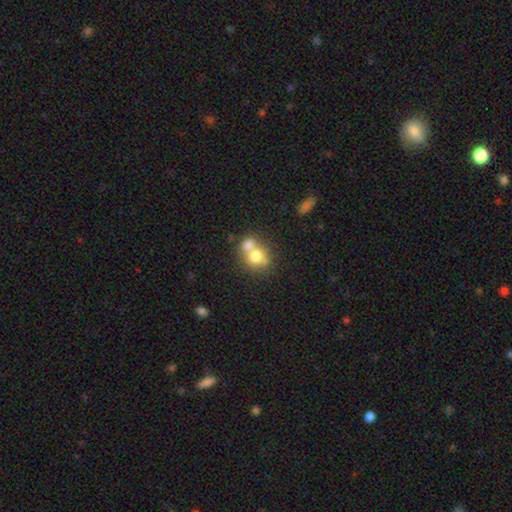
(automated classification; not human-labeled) A smooth galaxy with no disk features (70%) that is round (72%). Merging: merger (59%).